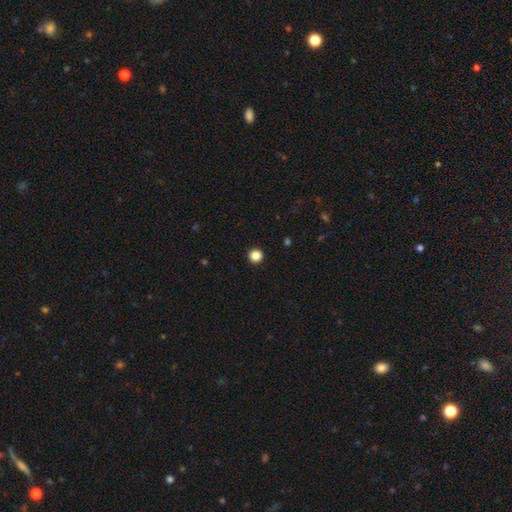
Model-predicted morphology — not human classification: Smooth or featured?
  - smooth: 86% *
  - star or artifact: 11%
  - featured or disk: 3%
How rounded?
  - round: 95% *
  - in between: 4%
  - cigar-shaped: 1%
Merging?
  - none: 94% *
  - minor disturbance: 4%
  - major disturbance: 2%
  - merger: 1%